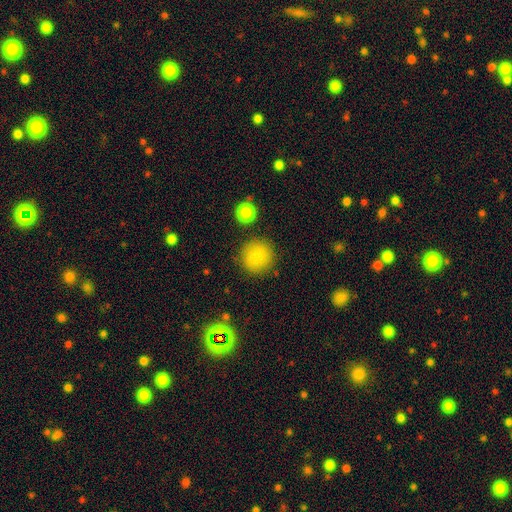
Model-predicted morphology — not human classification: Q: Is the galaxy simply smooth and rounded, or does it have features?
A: smooth — 84%.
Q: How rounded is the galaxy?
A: round — 93%.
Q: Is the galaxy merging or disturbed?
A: none — 87%.